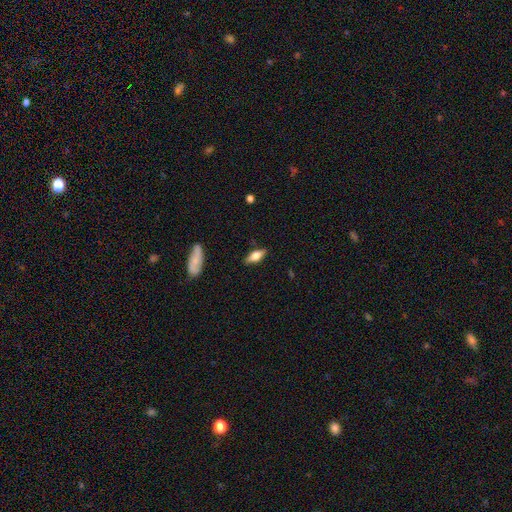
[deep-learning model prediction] Morphology: type=smooth (53%); roundness=in between (66%); merging=none (84%).